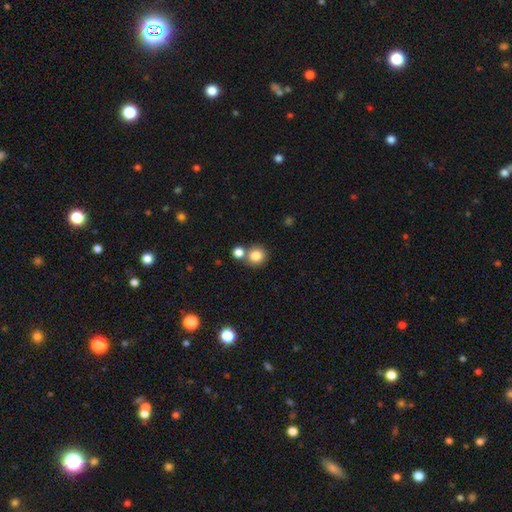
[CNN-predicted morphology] A smooth galaxy with no disk features (83%) that is round (89%). Merging: none (62%).